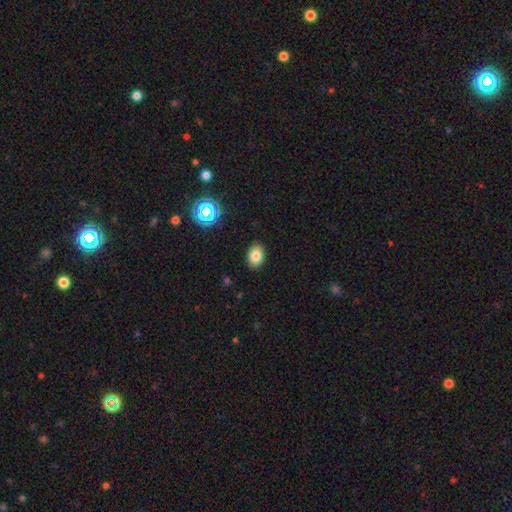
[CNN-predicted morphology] A smooth galaxy with no disk features (81%) that is in between round and cigar-shaped (76%).

Vote fractions:
- Smooth or featured? smooth: 81% / star or artifact: 12% / featured or disk: 7%
- How rounded? in between: 76% / round: 23% / cigar-shaped: 1%
- Merging? none: 89% / minor disturbance: 8% / major disturbance: 2% / merger: 1%